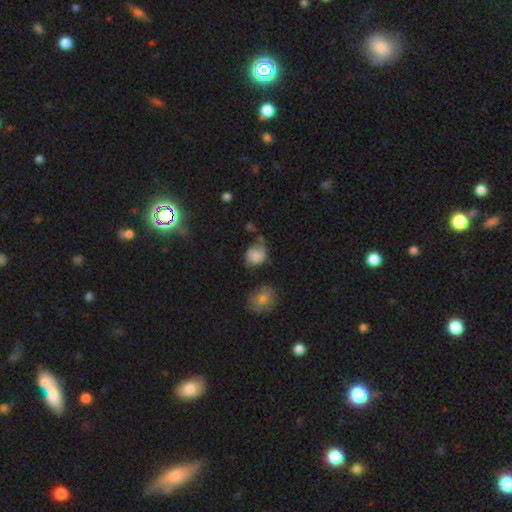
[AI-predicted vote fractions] Q: Smooth or featured?
A: smooth (77%); runner-up: featured or disk (12%)
Q: How rounded?
A: round (60%); runner-up: in between (39%)
Q: Merging?
A: none (44%); runner-up: minor disturbance (31%)